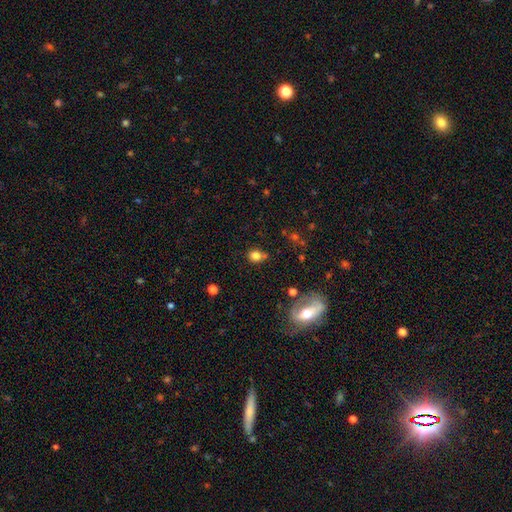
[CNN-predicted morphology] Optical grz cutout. It shows a smooth galaxy with no disk features (79%) that is round (64%). Merging: none (63%).